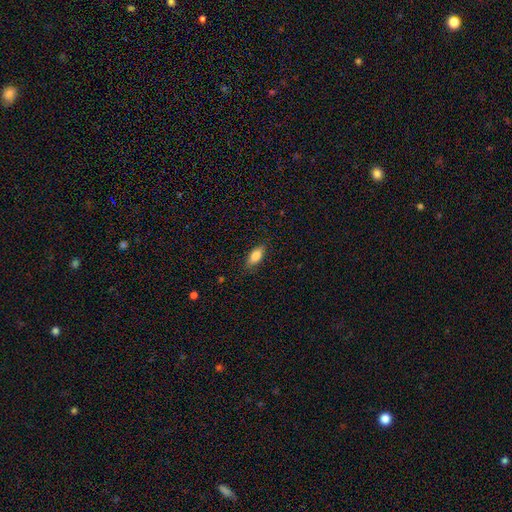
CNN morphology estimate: This appears to be a smooth galaxy with no disk features (82%) that is in between round and cigar-shaped (85%). Merging: none (85%).